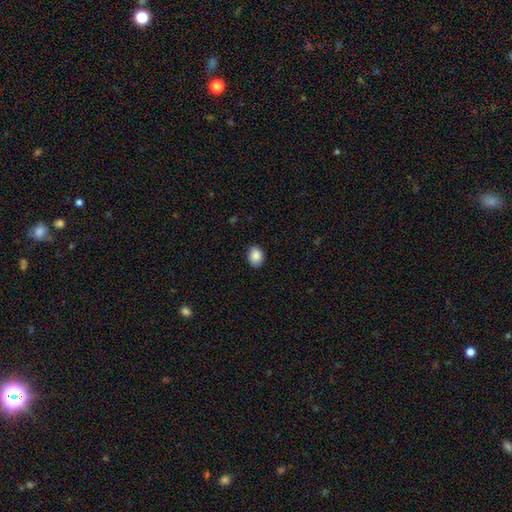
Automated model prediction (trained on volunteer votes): A smooth galaxy with no disk features (88%) that is in between round and cigar-shaped (66%).

Vote fractions:
- Smooth or featured? smooth: 88% / star or artifact: 8% / featured or disk: 4%
- How rounded? in between: 66% / round: 33% / cigar-shaped: 1%
- Merging? none: 87% / minor disturbance: 10% / major disturbance: 2% / merger: 1%